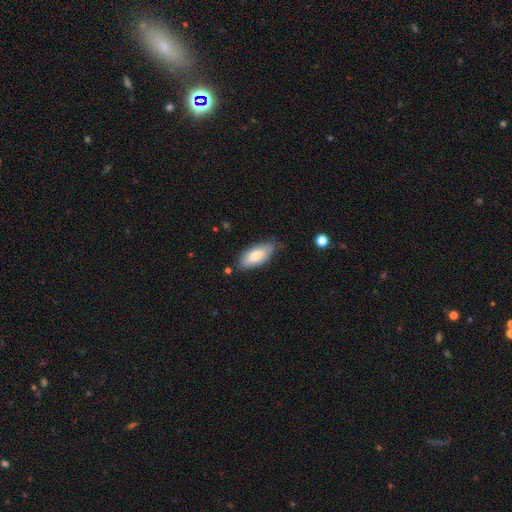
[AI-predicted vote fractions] Smooth or featured?
  - smooth: 79% *
  - featured or disk: 16%
  - star or artifact: 6%
How rounded?
  - in between: 87% *
  - cigar-shaped: 11%
  - round: 2%
Merging?
  - none: 71% *
  - minor disturbance: 22%
  - major disturbance: 4%
  - merger: 3%